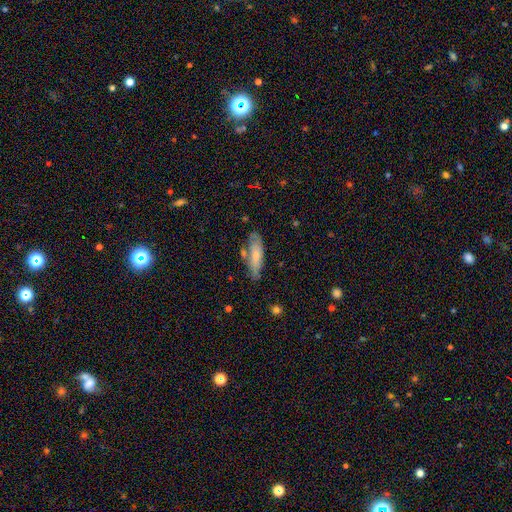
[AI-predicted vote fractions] Smooth or featured? Predicted: smooth (p=0.62). How rounded? Predicted: cigar-shaped (p=0.50). Merging? Predicted: none (p=0.66).